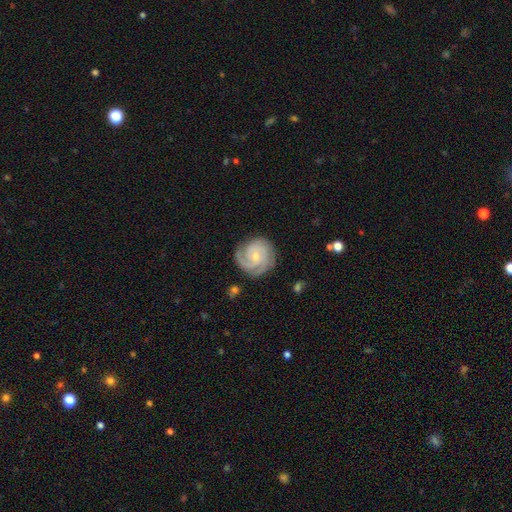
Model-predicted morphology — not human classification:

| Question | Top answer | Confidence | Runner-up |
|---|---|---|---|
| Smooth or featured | featured or disk | 87% | smooth (8%) |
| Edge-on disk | no | 98% | yes (2%) |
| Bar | no | 69% | weak (27%) |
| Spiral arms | yes | 98% | no (2%) |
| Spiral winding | tight | 68% | medium (27%) |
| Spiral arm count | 3 | 45% | 2 (24%) |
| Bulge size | small | 64% | moderate (32%) |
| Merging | none | 78% | minor disturbance (16%) |